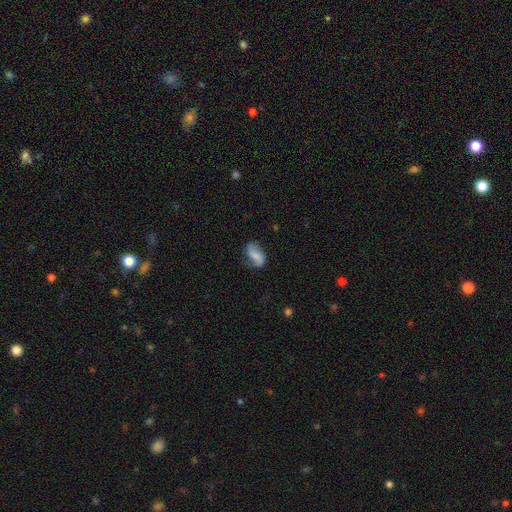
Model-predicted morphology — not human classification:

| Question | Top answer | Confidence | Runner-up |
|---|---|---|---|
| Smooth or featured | featured or disk | 54% | smooth (38%) |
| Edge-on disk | no | 96% | yes (4%) |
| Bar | no | 37% | tied: weak (37%) |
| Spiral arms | yes | 89% | no (11%) |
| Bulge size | small | 43% | none (27%) |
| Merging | none | 62% | minor disturbance (25%) |